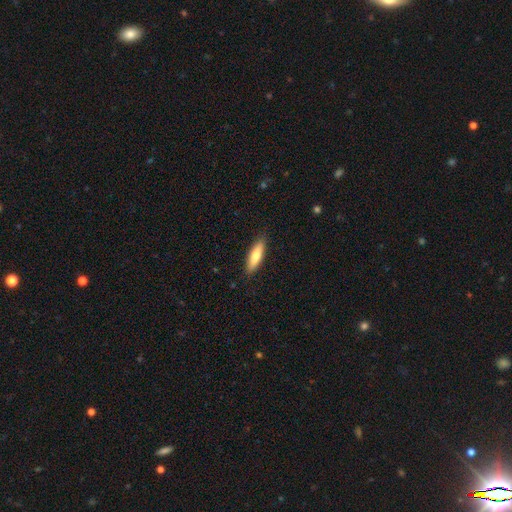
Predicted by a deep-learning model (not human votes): Q: Smooth or featured?
A: smooth (72%); runner-up: featured or disk (22%)
Q: How rounded?
A: cigar-shaped (61%); runner-up: in between (37%)
Q: Merging?
A: none (88%); runner-up: minor disturbance (9%)